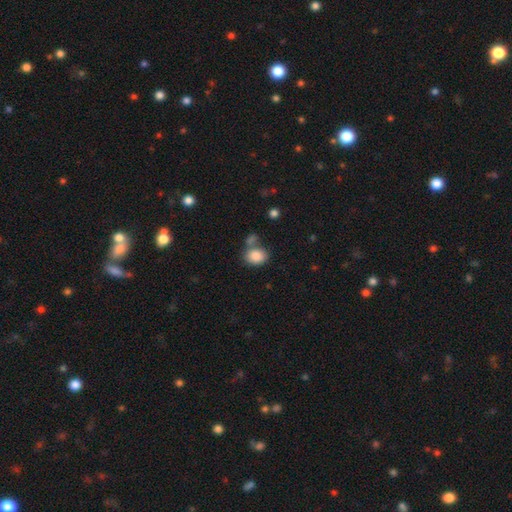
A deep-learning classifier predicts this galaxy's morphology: smooth 86%, star or artifact 8%, featured or disk 6%. Down the decision tree: how rounded — in between (64%); merging — none (54%).